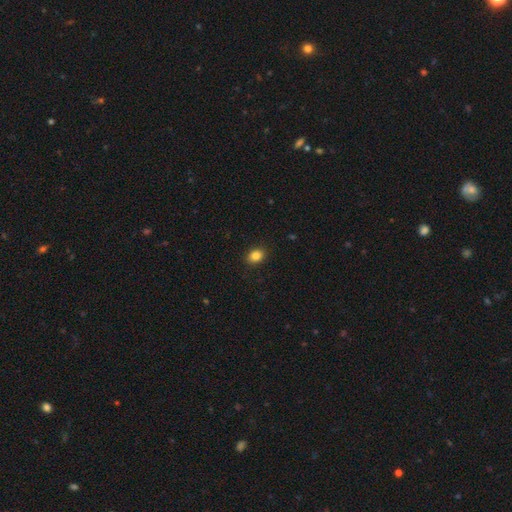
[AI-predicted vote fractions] Q: Smooth or featured?
A: smooth (85%); runner-up: star or artifact (10%)
Q: How rounded?
A: in between (57%); runner-up: round (42%)
Q: Merging?
A: none (90%); runner-up: minor disturbance (7%)